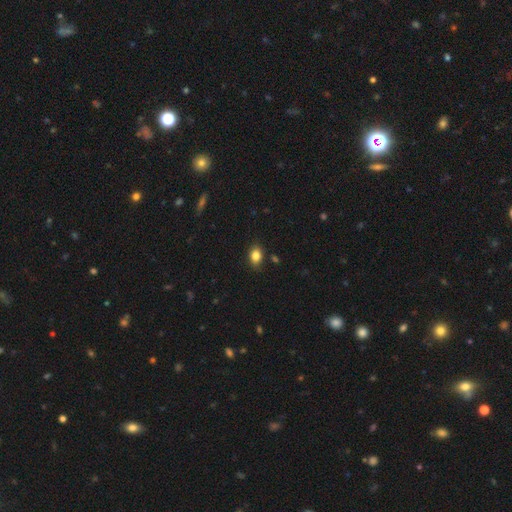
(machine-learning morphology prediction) A smooth galaxy with no disk features (84%) that is in between round and cigar-shaped (73%). Merging: none (84%).